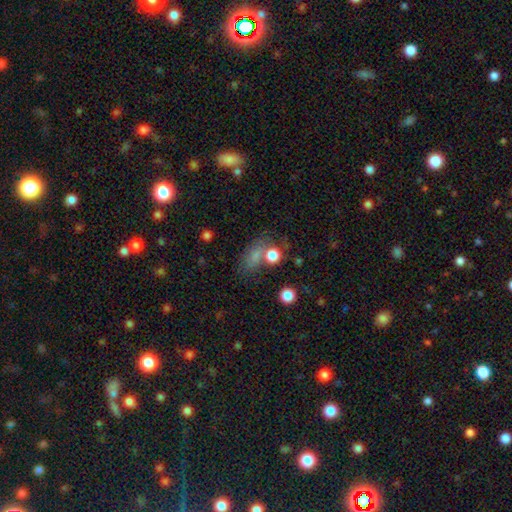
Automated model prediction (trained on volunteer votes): This appears to be a smooth galaxy with no disk features (70%) that is in between round and cigar-shaped (67%). Merging: none (53%).